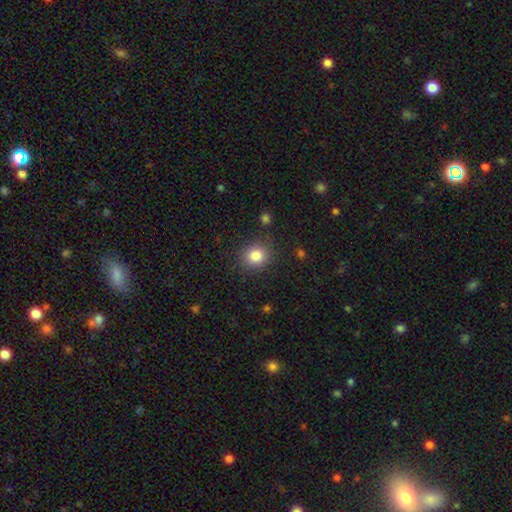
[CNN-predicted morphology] smooth 83%, star or artifact 11%, featured or disk 6%. Down the decision tree: how rounded — round (80%); merging — none (86%).